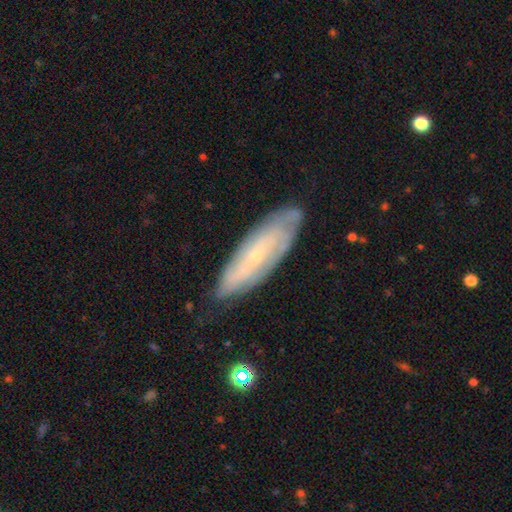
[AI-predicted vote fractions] Q: Smooth or featured?
A: featured or disk (69%); runner-up: smooth (24%)
Q: Edge-on disk?
A: no (78%); runner-up: yes (22%)
Q: Bar?
A: no (72%); runner-up: weak (22%)
Q: Spiral arms?
A: yes (80%); runner-up: no (20%)
Q: Bulge size?
A: small (82%); runner-up: moderate (14%)
Q: Merging?
A: none (76%); runner-up: minor disturbance (18%)